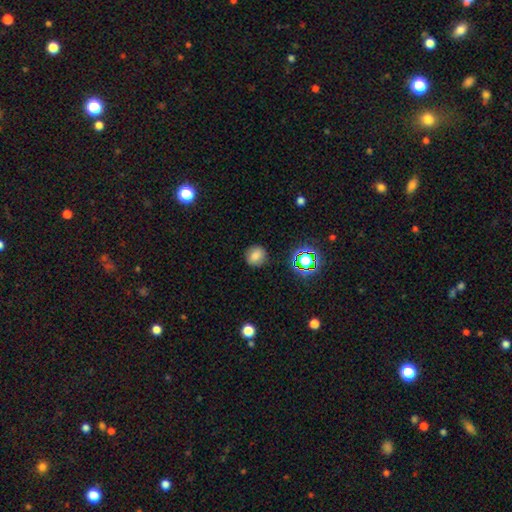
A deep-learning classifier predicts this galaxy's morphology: Q: Smooth or featured?
A: smooth (76%); runner-up: star or artifact (15%)
Q: How rounded?
A: round (82%); runner-up: in between (17%)
Q: Merging?
A: none (87%); runner-up: minor disturbance (9%)